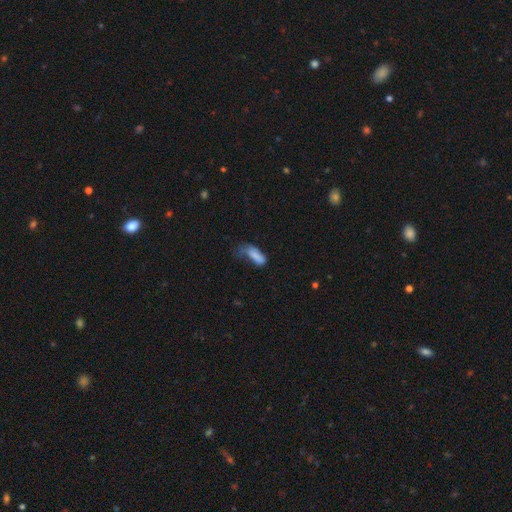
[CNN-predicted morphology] Smooth or featured?
  - smooth: 75% *
  - featured or disk: 14%
  - star or artifact: 10%
How rounded?
  - in between: 72% *
  - cigar-shaped: 26%
  - round: 3%
Merging?
  - major disturbance: 42% *
  - minor disturbance: 29%
  - none: 23%
  - merger: 6%